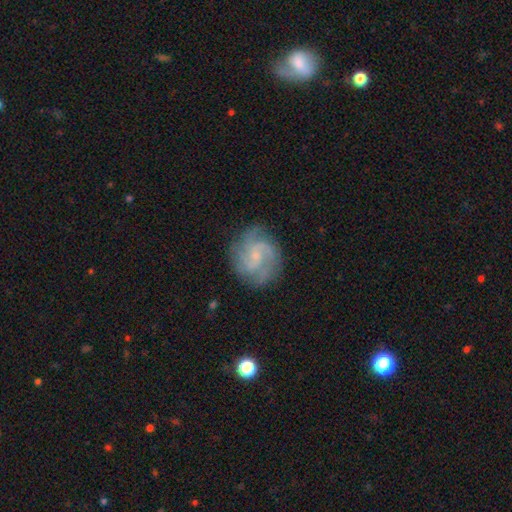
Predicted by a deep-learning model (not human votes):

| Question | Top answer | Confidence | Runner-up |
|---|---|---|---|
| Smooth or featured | featured or disk | 82% | smooth (11%) |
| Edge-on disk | no | 98% | yes (2%) |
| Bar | no | 54% | weak (40%) |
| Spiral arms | yes | 96% | no (4%) |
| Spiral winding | medium | 48% | tight (37%) |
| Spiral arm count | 3 | 37% | 2 (22%) |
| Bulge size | small | 72% | moderate (17%) |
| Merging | none | 78% | minor disturbance (15%) |